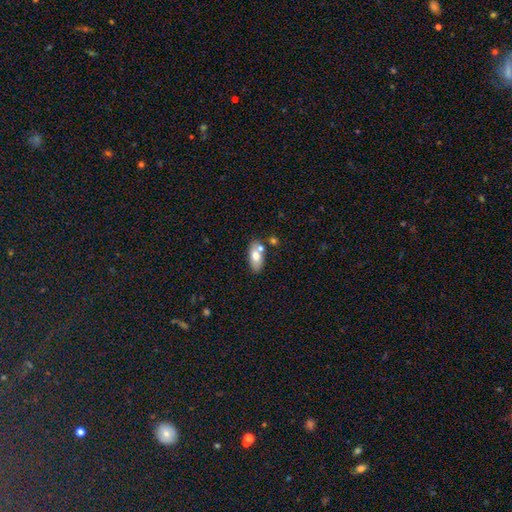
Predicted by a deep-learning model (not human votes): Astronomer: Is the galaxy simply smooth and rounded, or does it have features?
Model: smooth — 71%.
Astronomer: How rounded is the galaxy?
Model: in between — 89%.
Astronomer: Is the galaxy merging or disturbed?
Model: none — 66%.